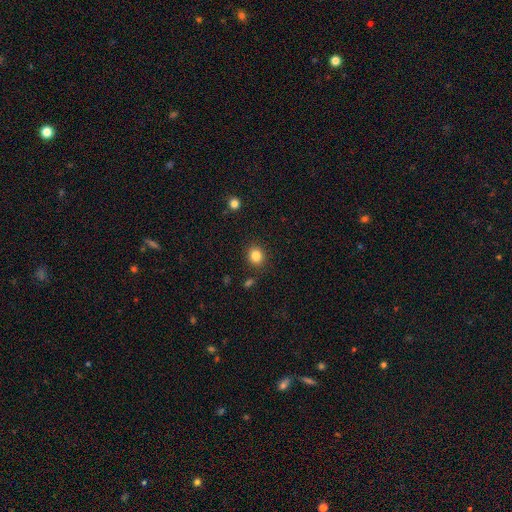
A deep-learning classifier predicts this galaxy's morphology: Smooth or featured: smooth — 84% (star or artifact — 11%)
How rounded: round — 70% (in between — 29%)
Merging: none — 88% (minor disturbance — 8%)